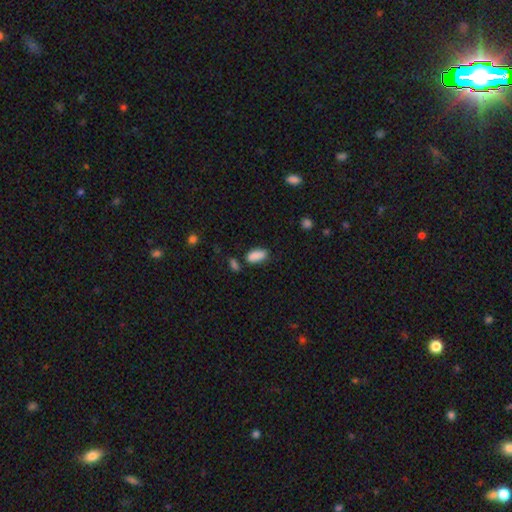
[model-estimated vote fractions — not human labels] A smooth galaxy with no disk features (88%) that is in between round and cigar-shaped (87%). Merging: none (71%).